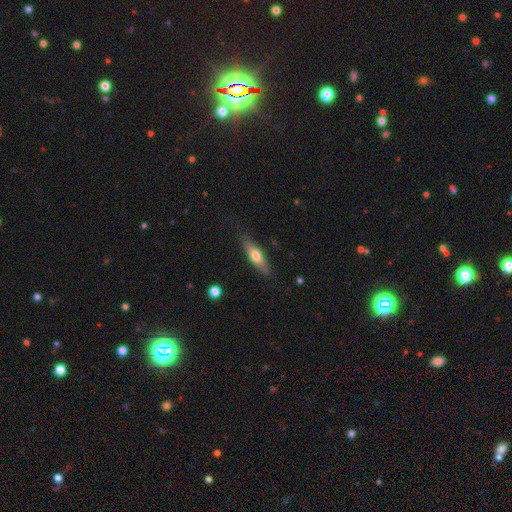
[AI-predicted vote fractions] Smooth or featured: smooth — 57% (featured or disk — 37%)
How rounded: cigar-shaped — 57% (in between — 41%)
Merging: none — 80% (minor disturbance — 15%)